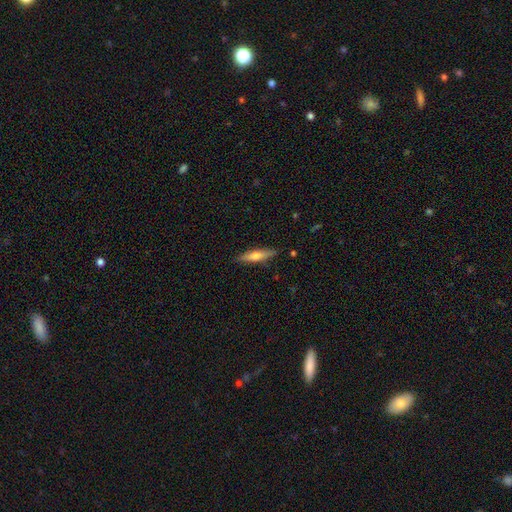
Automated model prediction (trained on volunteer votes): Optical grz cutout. It shows a smooth galaxy with no disk features (54%) that is cigar-shaped (79%). Merging: none (87%).